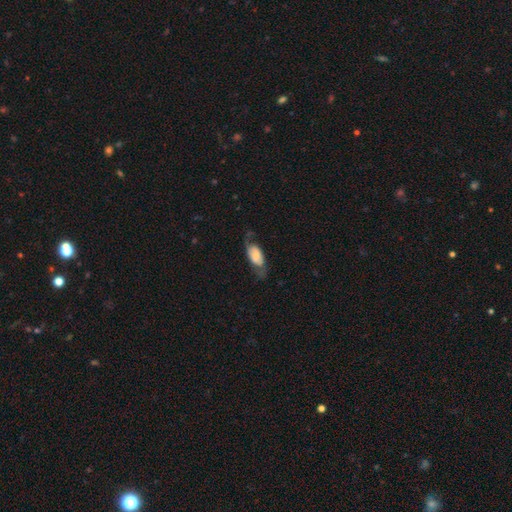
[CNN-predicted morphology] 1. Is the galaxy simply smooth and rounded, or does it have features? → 47% featured or disk, 46% smooth, 7% star or artifact.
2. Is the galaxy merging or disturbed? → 53% none, 24% minor disturbance, 21% major disturbance, 2% merger.